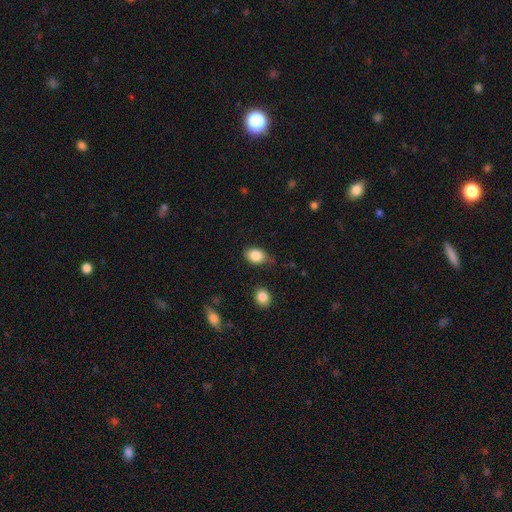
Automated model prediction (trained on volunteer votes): Morphology: type=smooth (84%); roundness=in between (79%); merging=none (66%).